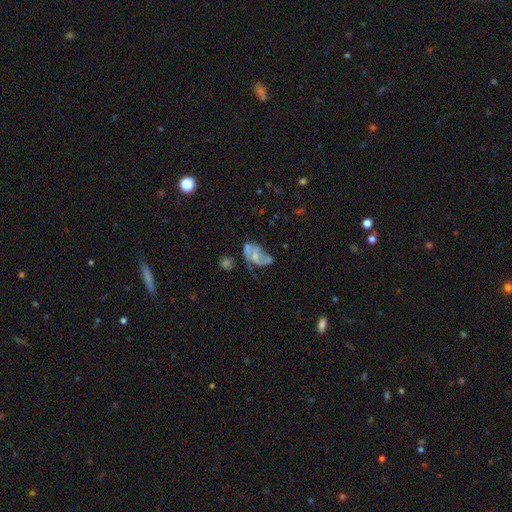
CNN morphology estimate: The model was most divided on "bulge size": moderate: 41%, small: 38%, none: 16%, large: 4%, dominant: 1%. Remaining: edge-on disk — no (97%); bar — no (73%); spiral arms — no (59%); smooth or featured — featured or disk (58%); merging — major disturbance (32%).